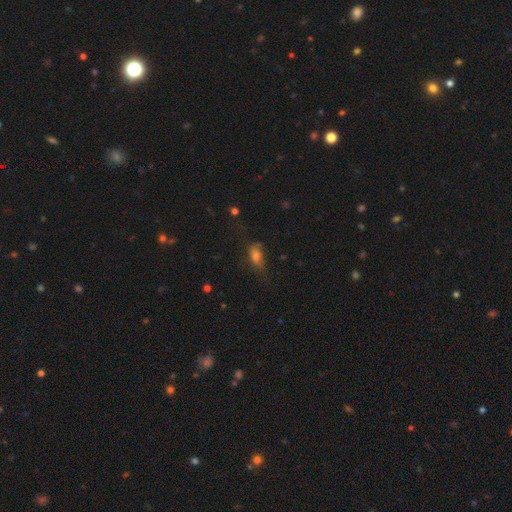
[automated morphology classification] Overall: smooth (68%). How rounded: in between (78%). Merging: none (54%; minor disturbance 28%).